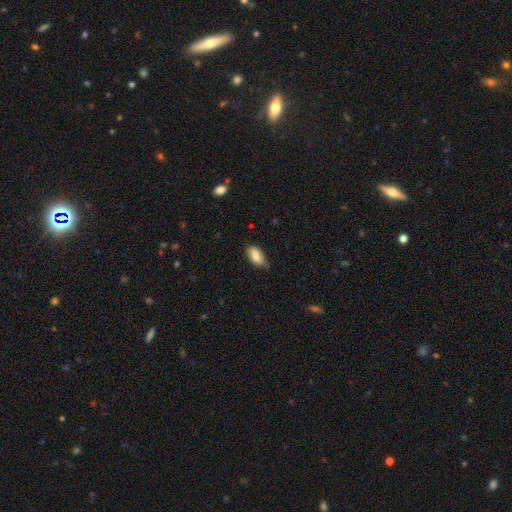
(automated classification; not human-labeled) smooth_or_featured: smooth (p=0.77) [alt: featured or disk p=0.16]
how_rounded: in between (p=0.90) [alt: cigar-shaped p=0.06]
merging: none (p=0.56) [alt: minor disturbance p=0.36]